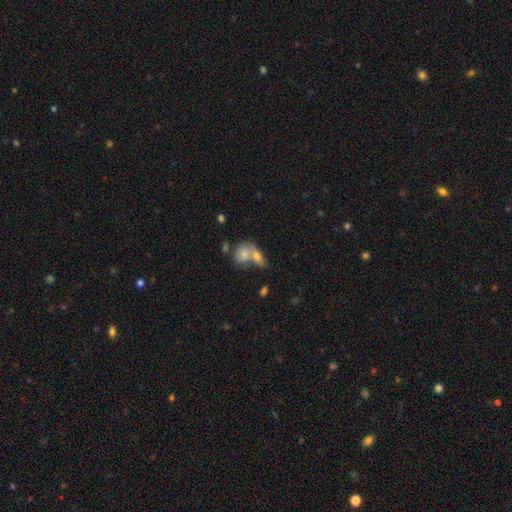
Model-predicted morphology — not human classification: The model was most divided on "merging": merger: 54%, none: 32%, minor disturbance: 9%, major disturbance: 5%. More confident: smooth or featured — smooth (59%); how rounded — in between (58%).